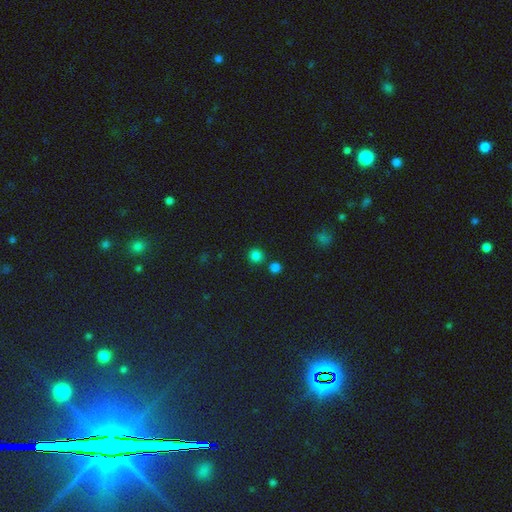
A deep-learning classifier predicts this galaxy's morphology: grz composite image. It shows a smooth galaxy with no disk features (81%) that is round (91%). Merging: none (79%).